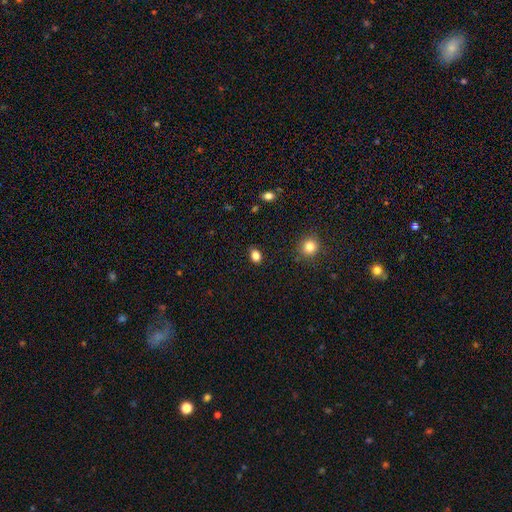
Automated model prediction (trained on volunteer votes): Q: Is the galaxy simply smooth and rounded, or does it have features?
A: smooth — 84%.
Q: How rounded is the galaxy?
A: in between — 66%.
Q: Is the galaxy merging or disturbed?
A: none — 86%.